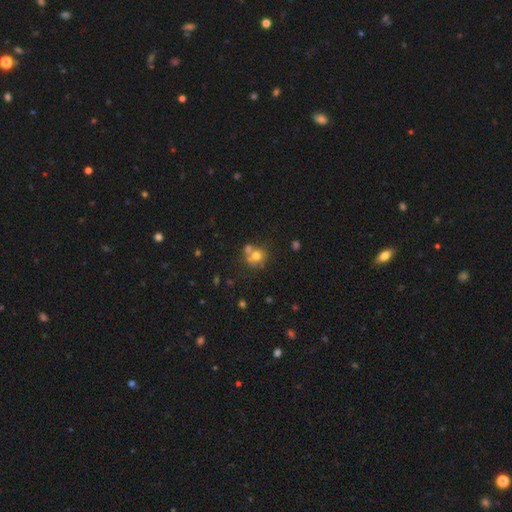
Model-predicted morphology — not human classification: This is likely a smooth galaxy (67%). How rounded: likely round (79%). Merging: possibly none (46%).